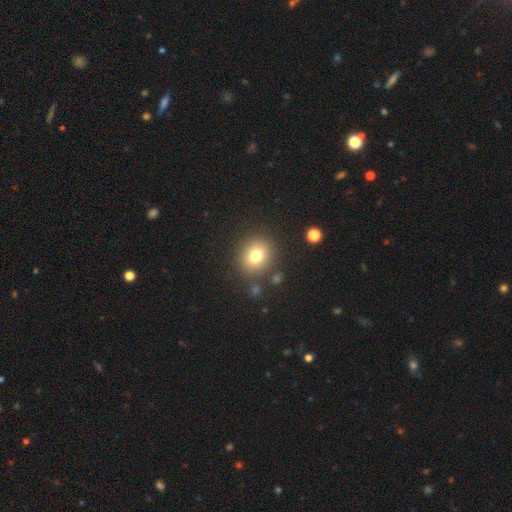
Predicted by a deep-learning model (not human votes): The model was most divided on "how rounded": round: 80%, in between: 19%, cigar-shaped: 1%. More confident: merging — none (84%); smooth or featured — smooth (77%).